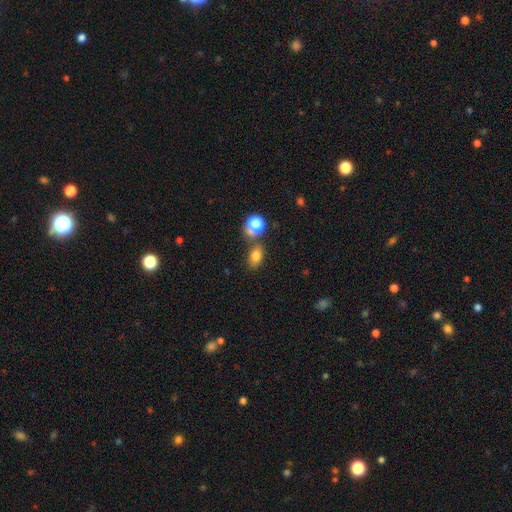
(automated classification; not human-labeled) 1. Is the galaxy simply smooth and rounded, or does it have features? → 76% smooth, 15% star or artifact, 9% featured or disk.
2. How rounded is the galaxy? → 75% in between, 23% round, 2% cigar-shaped.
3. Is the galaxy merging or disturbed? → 69% none, 15% merger, 12% minor disturbance, 4% major disturbance.